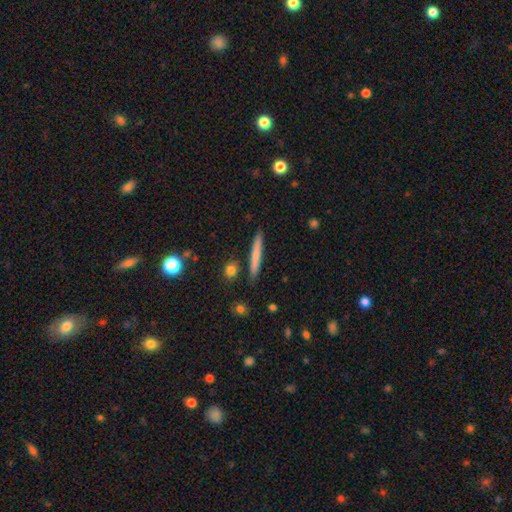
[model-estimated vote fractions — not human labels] smooth 69%, featured or disk 25%, star or artifact 6%. Down the decision tree: how rounded — cigar-shaped (95%); merging — none (88%).